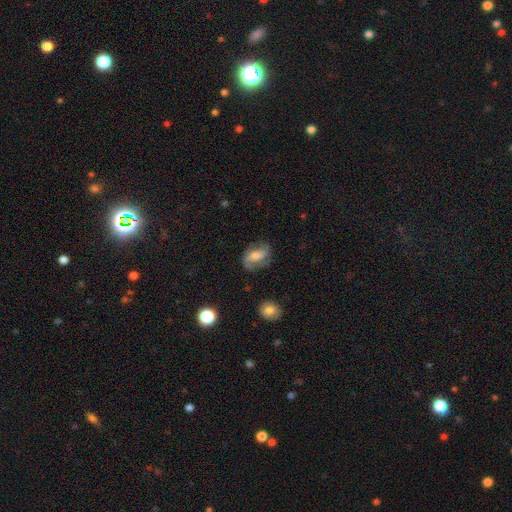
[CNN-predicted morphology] smooth-or-featured: featured or disk: 53% | smooth: 38% | star or artifact: 9%
  disk-edge-on: no: 95% | yes: 5%
    bar: weak: 40% | no: 36% | strong: 24%
    has-spiral-arms: yes: 86% | no: 14%
    bulge-size: moderate: 40% | small: 33% | large: 13% | none: 11% | dominant: 3%
  merging: none: 68% | minor disturbance: 20% | major disturbance: 10% | merger: 2%